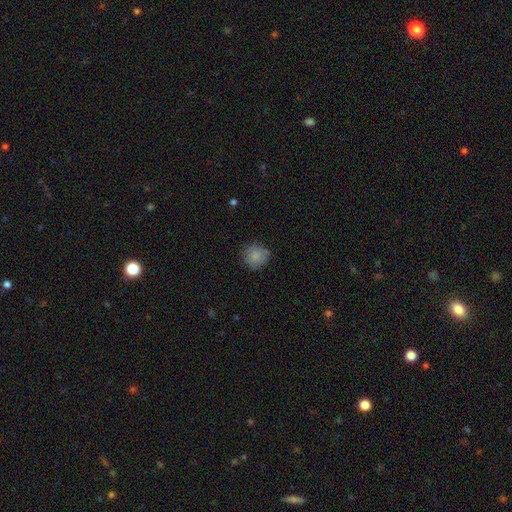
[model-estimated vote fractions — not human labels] smooth-or-featured: smooth: 84% | star or artifact: 9% | featured or disk: 7%
  how-rounded: round: 90% | in between: 10% | cigar-shaped: 1%
  merging: none: 78% | minor disturbance: 17% | major disturbance: 4% | merger: 1%